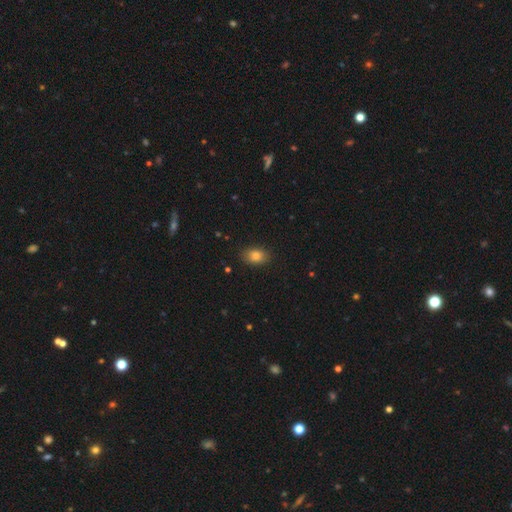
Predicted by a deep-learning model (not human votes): This appears to be a smooth galaxy with no disk features (83%) that is in between round and cigar-shaped (73%). Merging: none (86%).